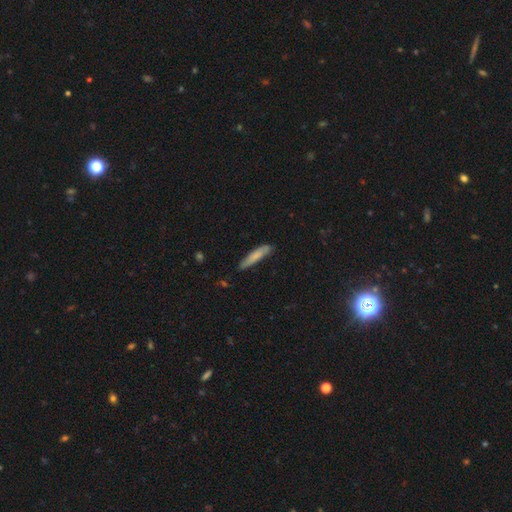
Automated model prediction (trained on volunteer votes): A smooth galaxy with no disk features (74%) that is cigar-shaped (88%).

Vote fractions:
- Smooth or featured? smooth: 74% / featured or disk: 20% / star or artifact: 6%
- How rounded? cigar-shaped: 88% / in between: 11% / round: 1%
- Merging? none: 75% / minor disturbance: 20% / major disturbance: 3% / merger: 2%